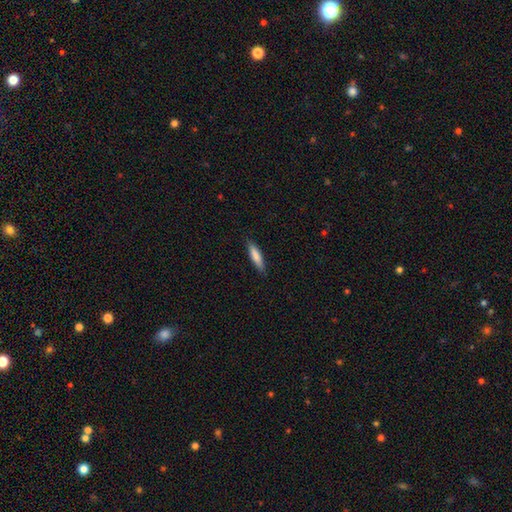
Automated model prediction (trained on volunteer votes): Q: Smooth or featured?
A: smooth (81%); runner-up: featured or disk (14%)
Q: How rounded?
A: cigar-shaped (78%); runner-up: in between (21%)
Q: Merging?
A: none (87%); runner-up: minor disturbance (10%)